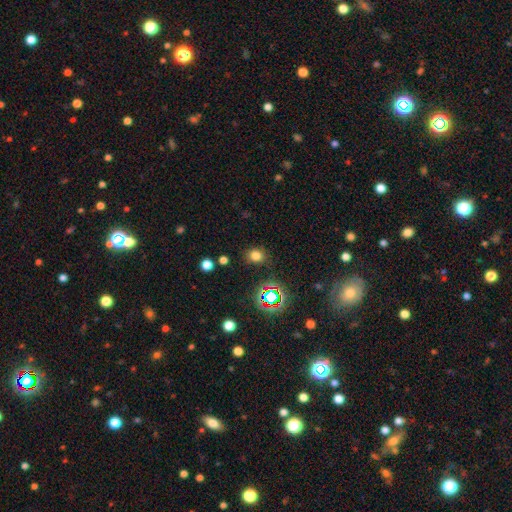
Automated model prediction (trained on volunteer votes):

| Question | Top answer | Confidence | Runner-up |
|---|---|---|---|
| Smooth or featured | smooth | 72% | star or artifact (22%) |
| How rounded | round | 69% | in between (29%) |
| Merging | none | 83% | minor disturbance (11%) |